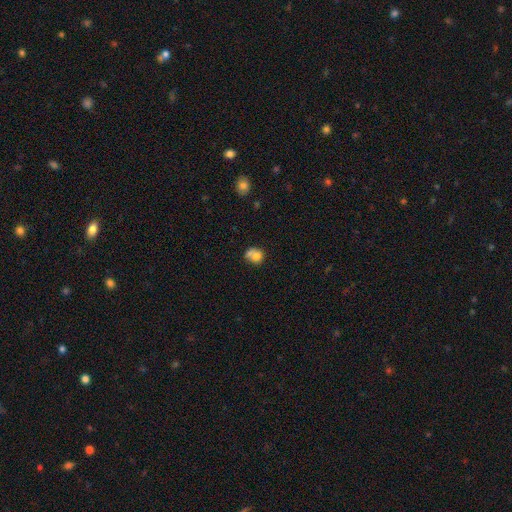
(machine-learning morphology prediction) Overall: smooth (72%). How rounded: round (71%). Merging: merger (43%; none 35%).